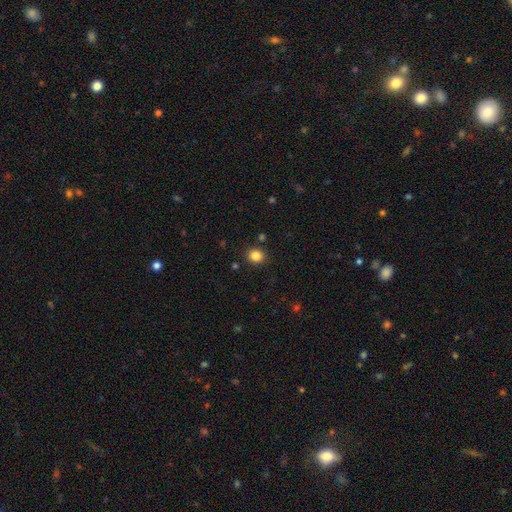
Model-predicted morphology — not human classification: smooth-or-featured: smooth: 84% | star or artifact: 11% | featured or disk: 4%
  how-rounded: round: 80% | in between: 19% | cigar-shaped: 1%
  merging: none: 88% | minor disturbance: 7% | merger: 3% | major disturbance: 2%